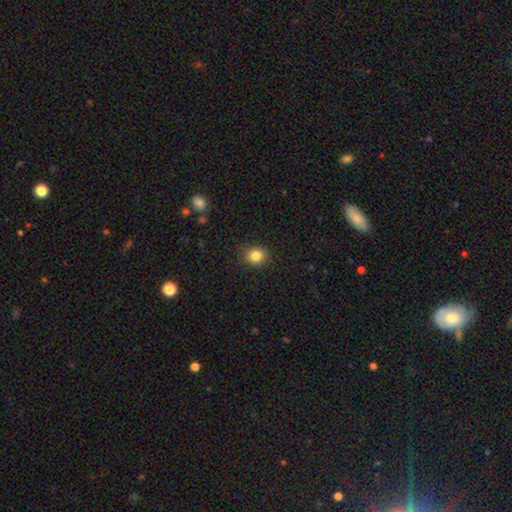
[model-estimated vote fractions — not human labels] A smooth galaxy with no disk features (85%) that is round (79%).

Vote fractions:
- Smooth or featured? smooth: 85% / star or artifact: 11% / featured or disk: 5%
- How rounded? round: 79% / in between: 21% / cigar-shaped: 1%
- Merging? none: 87% / minor disturbance: 10% / major disturbance: 3% / merger: 1%